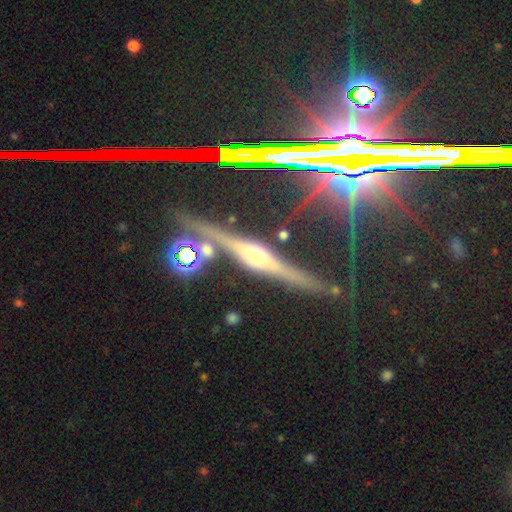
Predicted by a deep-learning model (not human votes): This appears to be a featured or disk galaxy (69%) viewed edge-on (95%) with a rounded central bulge (91%). Merging: none (81%).